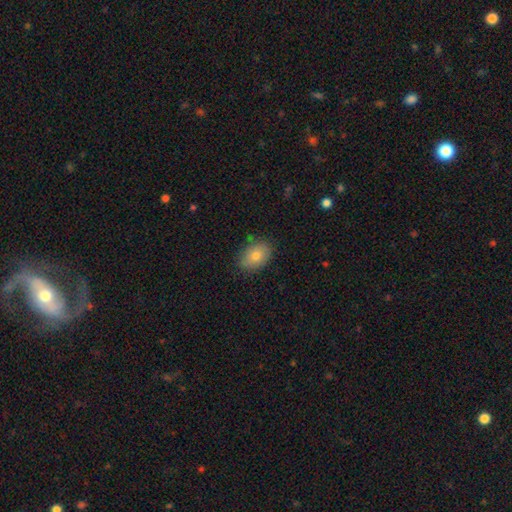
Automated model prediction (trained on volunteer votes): Smooth or featured: smooth — 78% (featured or disk — 13%)
How rounded: in between — 81% (round — 18%)
Merging: none — 84% (minor disturbance — 12%)